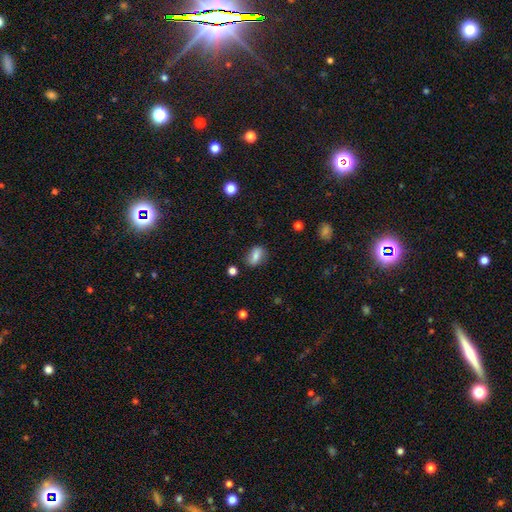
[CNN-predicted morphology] A smooth galaxy with no disk features (69%) that is in between round and cigar-shaped (76%). Merging: none (79%).